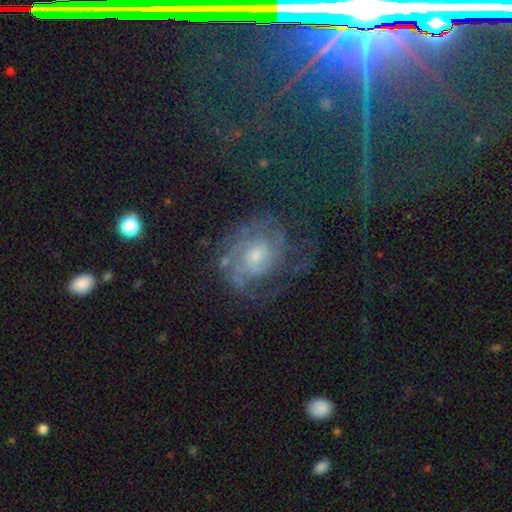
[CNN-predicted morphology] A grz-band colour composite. It shows a featured or disk galaxy (72%) with no bar (62%), tight (53%) spiral arms (91%) and a small central bulge (46%). Merging: none (63%).